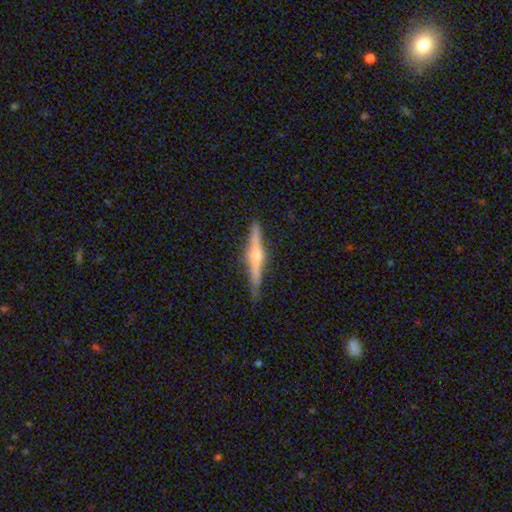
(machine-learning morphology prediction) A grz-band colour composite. It shows a featured or disk galaxy (71%) viewed edge-on (98%) with a rounded central bulge (87%). Merging: none (86%).